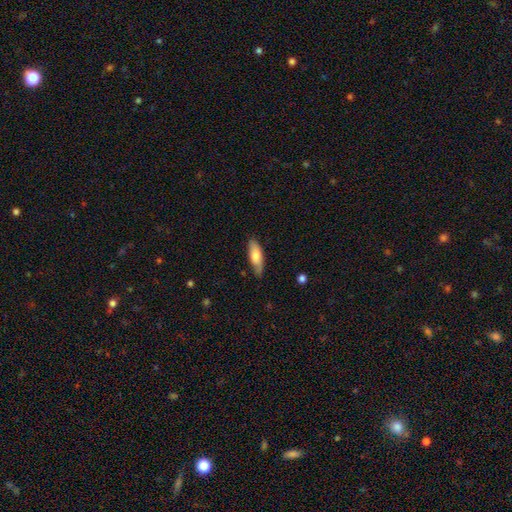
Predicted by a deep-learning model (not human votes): This appears to be a smooth galaxy with no disk features (74%) that is in between round and cigar-shaped (58%). Merging: none (73%).